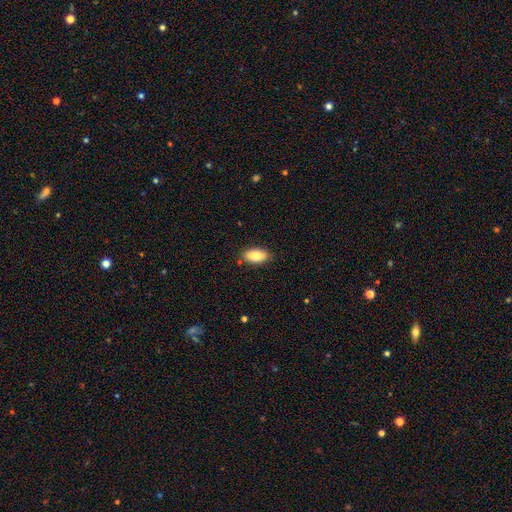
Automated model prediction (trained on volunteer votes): A smooth galaxy with no disk features (82%) that is in between round and cigar-shaped (93%).

Vote fractions:
- Smooth or featured? smooth: 82% / featured or disk: 11% / star or artifact: 7%
- How rounded? in between: 93% / cigar-shaped: 4% / round: 3%
- Merging? none: 85% / minor disturbance: 11% / major disturbance: 2% / merger: 1%